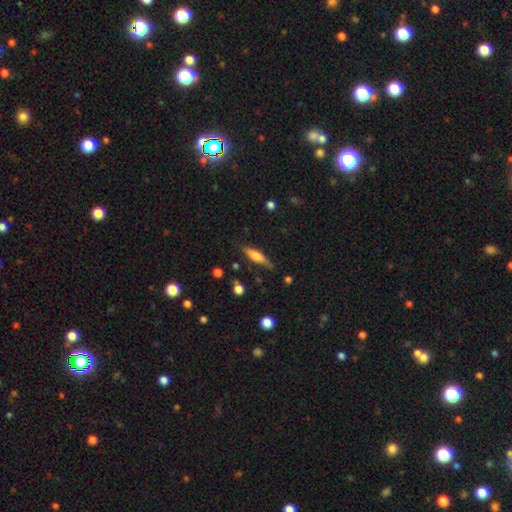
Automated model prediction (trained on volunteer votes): Q: Smooth or featured?
A: smooth (52%); runner-up: featured or disk (41%)
Q: How rounded?
A: cigar-shaped (67%); runner-up: in between (31%)
Q: Merging?
A: none (76%); runner-up: minor disturbance (17%)